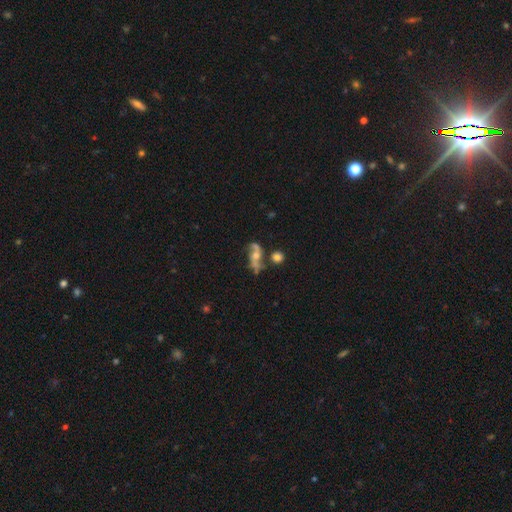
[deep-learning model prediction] smooth-or-featured: featured or disk: 69% | smooth: 21% | star or artifact: 10%
  disk-edge-on: no: 94% | yes: 6%
    bar: no: 62% | weak: 29% | strong: 9%
    has-spiral-arms: yes: 84% | no: 16%
      spiral-winding: loose: 71% | medium: 23% | tight: 6%
      spiral-arm-count: 2: 87% | can't tell: 5% | 1: 4% | 3: 1% | 4: 1% | more than 4: 1%
    bulge-size: moderate: 51% | small: 31% | none: 9% | large: 8% | dominant: 2%
  merging: none: 44% | merger: 21% | minor disturbance: 19% | major disturbance: 16%